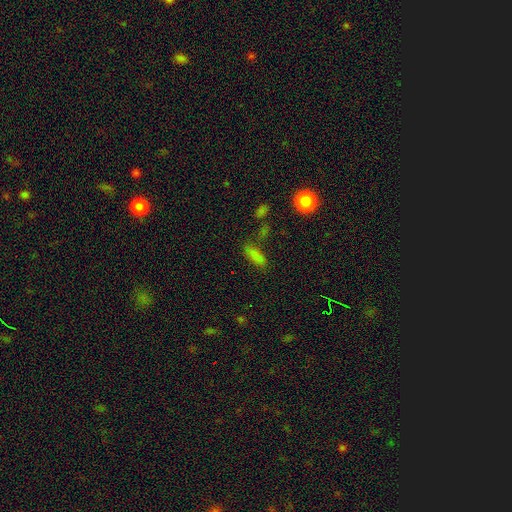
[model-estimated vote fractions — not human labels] Morphology: type=smooth (76%); roundness=in between (58%); merging=none (66%).